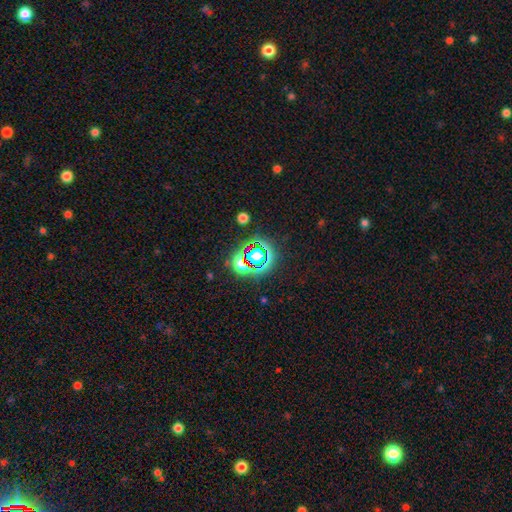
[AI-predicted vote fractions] smooth_or_featured: star or artifact (p=0.63) [alt: smooth p=0.26]